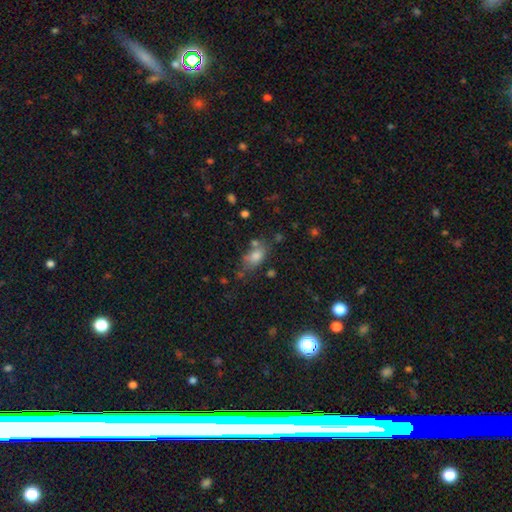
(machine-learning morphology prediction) This appears to be a smooth galaxy with no disk features (71%) that is in between round and cigar-shaped (79%). Merging: none (59%).